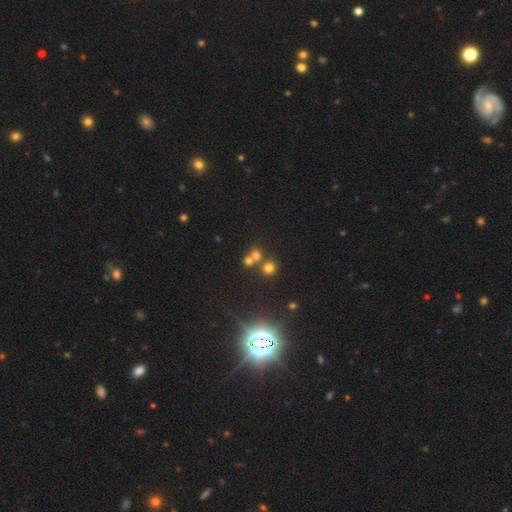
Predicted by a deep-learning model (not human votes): This is possibly a smooth galaxy (59%). How rounded: clearly round (87%). Merging: possibly none (54%).